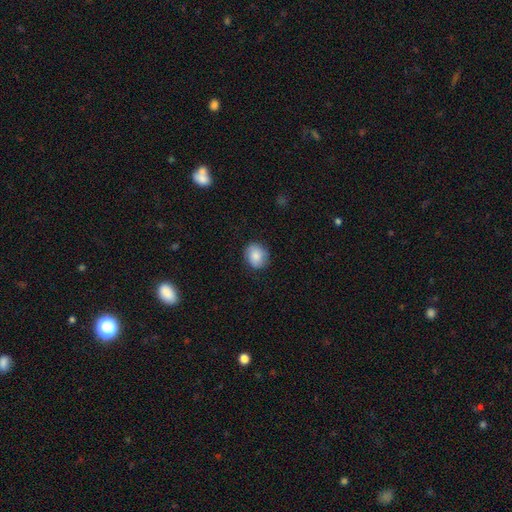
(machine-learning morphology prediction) smooth 85%, featured or disk 8%, star or artifact 7%. Down the decision tree: how rounded — round (60%); merging — none (84%).